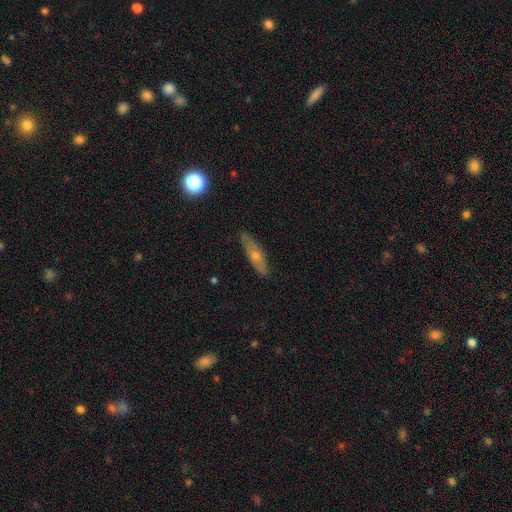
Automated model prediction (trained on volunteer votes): This appears to be a featured or disk galaxy (48%). Merging: none (81%).